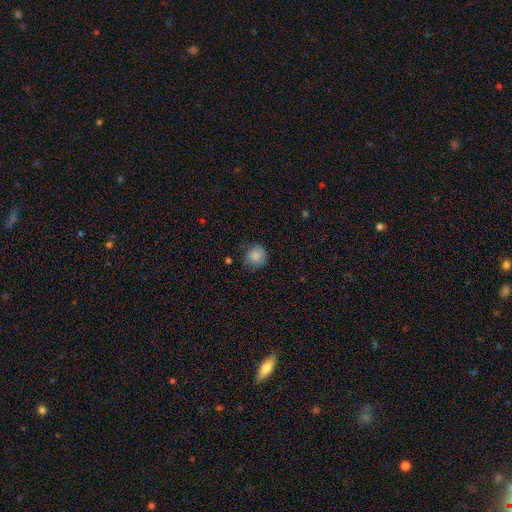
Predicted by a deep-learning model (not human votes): smooth-or-featured: smooth: 85% | star or artifact: 9% | featured or disk: 6%
  how-rounded: round: 87% | in between: 12% | cigar-shaped: 1%
  merging: none: 70% | minor disturbance: 23% | major disturbance: 6% | merger: 2%